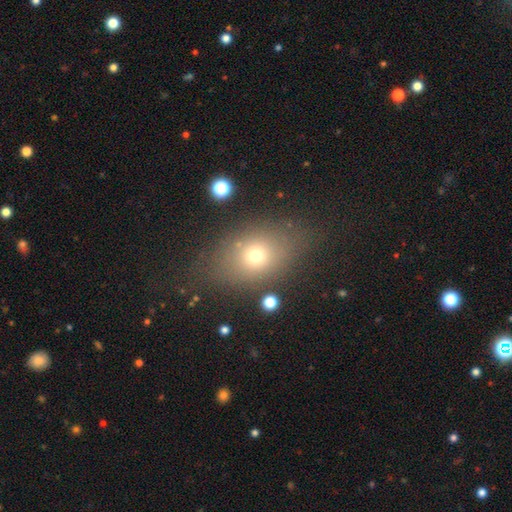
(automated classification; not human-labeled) The model was most divided on "how rounded": in between: 66%, round: 32%, cigar-shaped: 2%. More confident: merging — none (74%); smooth or featured — smooth (69%).